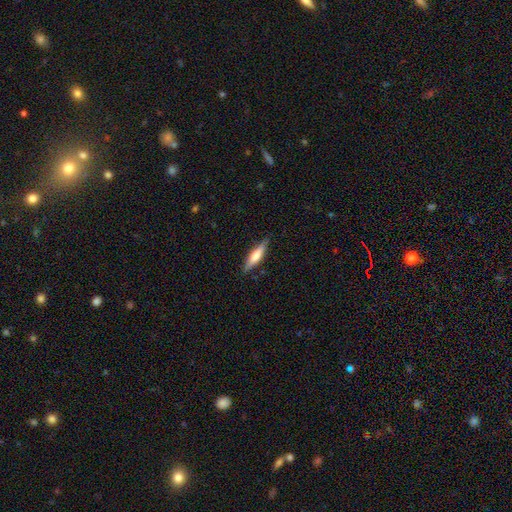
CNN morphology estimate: Smooth or featured: smooth — 50% (featured or disk — 45%)
Merging: none — 86% (minor disturbance — 10%)